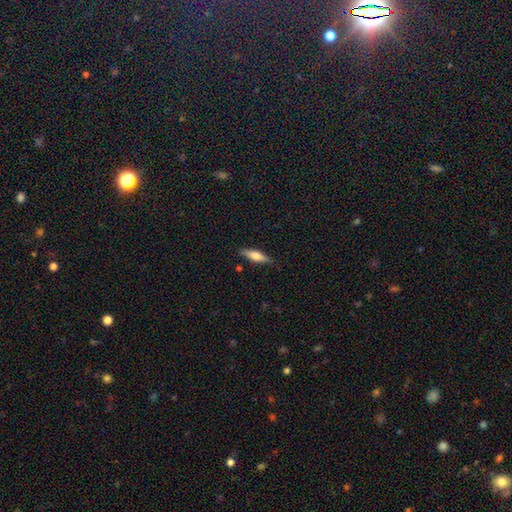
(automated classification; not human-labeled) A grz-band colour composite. It shows a smooth galaxy with no disk features (60%) that is cigar-shaped (63%). Merging: none (84%).